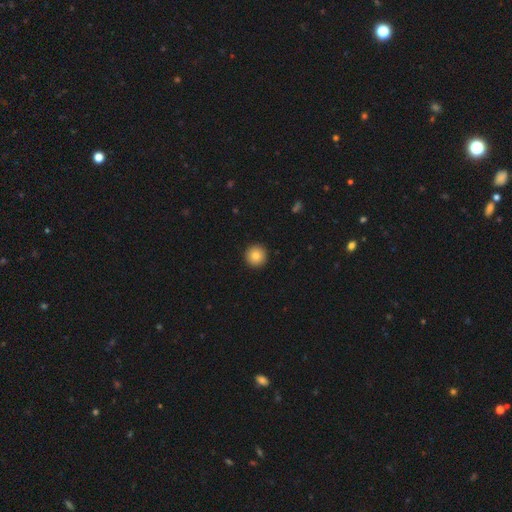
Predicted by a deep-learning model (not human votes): Morphology: type=smooth (82%); roundness=round (96%); merging=none (94%).